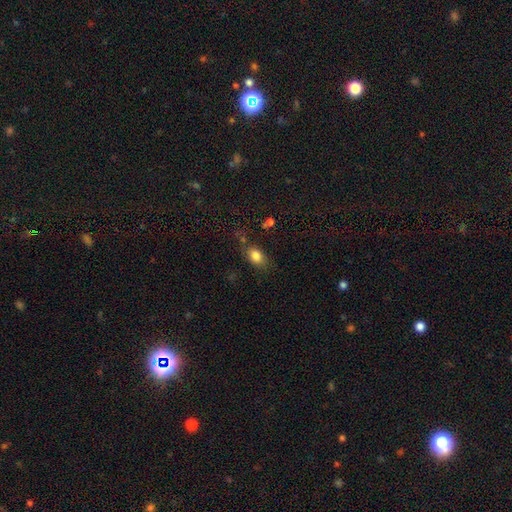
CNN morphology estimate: A smooth galaxy with no disk features (82%) that is in between round and cigar-shaped (79%). Merging: none (73%).